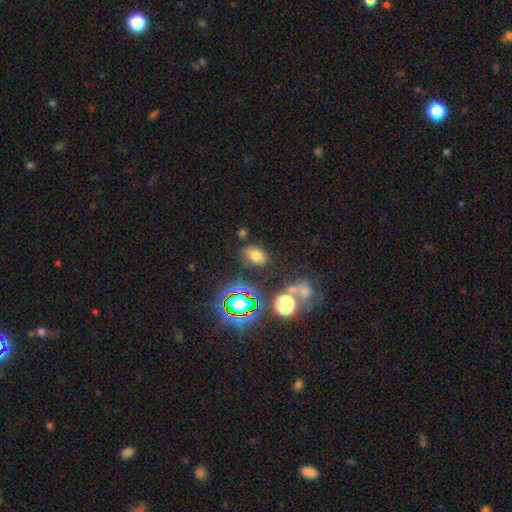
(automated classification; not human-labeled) This appears to be a smooth galaxy with no disk features (68%) that is in between round and cigar-shaped (83%). Merging: none (79%).